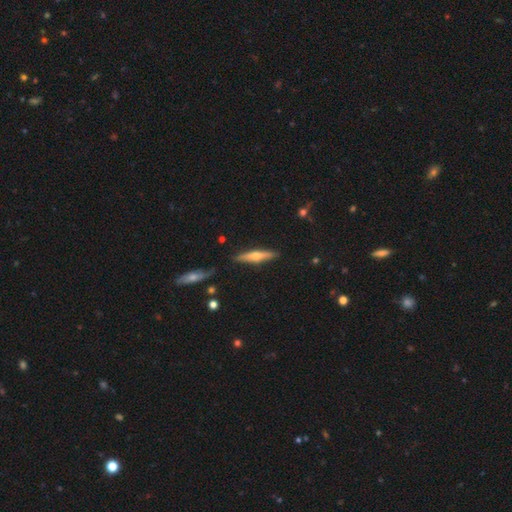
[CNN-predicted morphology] smooth-or-featured: featured or disk: 59% | smooth: 35% | star or artifact: 6%
  disk-edge-on: yes: 95% | no: 5%
    edge-on-bulge: rounded: 86% | none: 8% | boxy: 5%
  merging: none: 87% | minor disturbance: 9% | merger: 2% | major disturbance: 2%